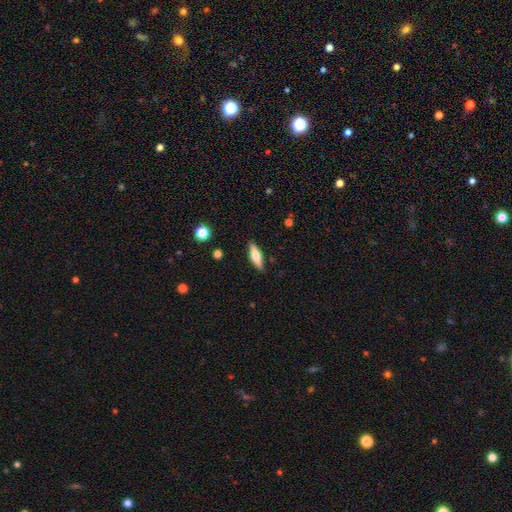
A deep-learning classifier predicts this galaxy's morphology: smooth 51%, featured or disk 42%, star or artifact 6%. Down the decision tree: how rounded — cigar-shaped (56%); merging — none (88%).